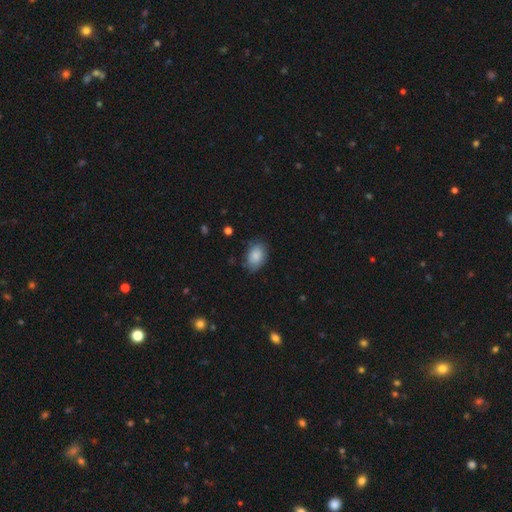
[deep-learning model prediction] Smooth or featured?
  - smooth: 85% *
  - featured or disk: 8%
  - star or artifact: 7%
How rounded?
  - in between: 82% *
  - round: 17%
  - cigar-shaped: 1%
Merging?
  - none: 74% *
  - minor disturbance: 20%
  - major disturbance: 5%
  - merger: 1%